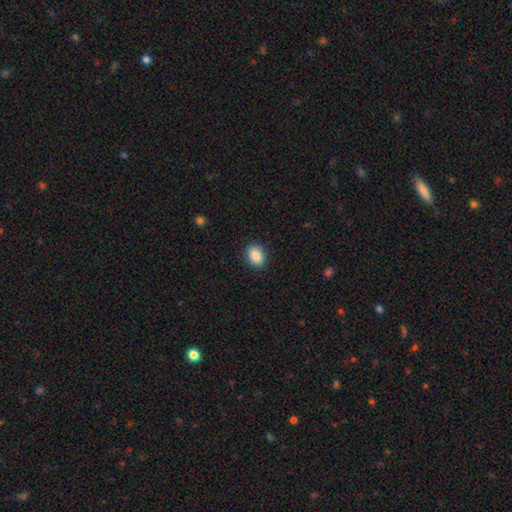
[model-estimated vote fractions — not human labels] A smooth galaxy with no disk features (86%) that is in between round and cigar-shaped (70%).

Vote fractions:
- Smooth or featured? smooth: 86% / star or artifact: 8% / featured or disk: 6%
- How rounded? in between: 70% / round: 29% / cigar-shaped: 1%
- Merging? none: 88% / minor disturbance: 8% / major disturbance: 2% / merger: 1%